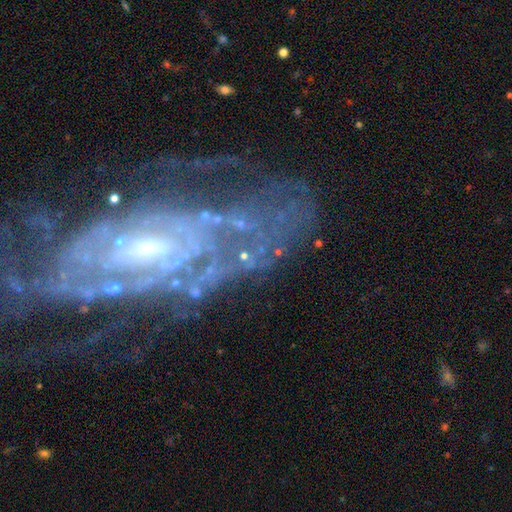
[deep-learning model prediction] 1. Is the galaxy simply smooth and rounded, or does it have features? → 80% featured or disk, 11% star or artifact, 9% smooth.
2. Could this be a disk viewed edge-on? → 94% no, 6% yes.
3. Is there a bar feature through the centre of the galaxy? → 49% no, 35% weak, 16% strong.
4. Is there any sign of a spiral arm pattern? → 78% yes, 22% no.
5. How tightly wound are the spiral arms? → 51% tight, 32% medium, 17% loose.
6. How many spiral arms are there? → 44% can't tell, 23% 2, 11% 3, 8% 1, 7% 4, 6% more than 4.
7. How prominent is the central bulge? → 58% small, 29% moderate, 9% none, 3% large, 1% dominant.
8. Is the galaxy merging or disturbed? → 41% none, 32% major disturbance, 20% minor disturbance, 6% merger.